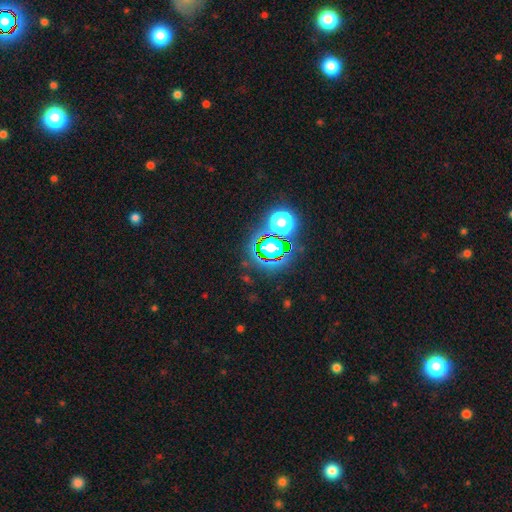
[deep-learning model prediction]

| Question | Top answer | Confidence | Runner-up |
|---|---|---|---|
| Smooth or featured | star or artifact | 80% | smooth (12%) |